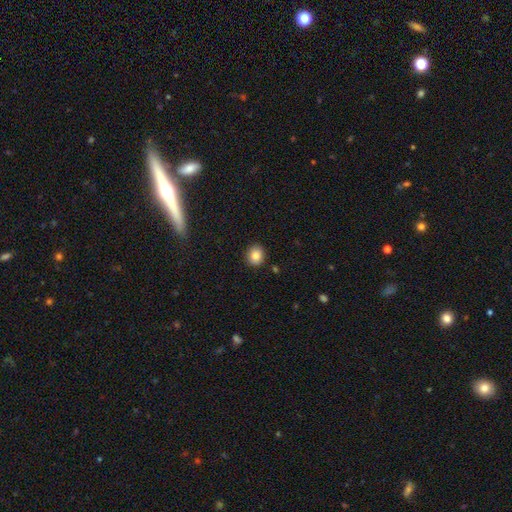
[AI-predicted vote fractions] Q: Smooth or featured?
A: smooth (85%); runner-up: star or artifact (9%)
Q: How rounded?
A: round (75%); runner-up: in between (24%)
Q: Merging?
A: none (90%); runner-up: minor disturbance (7%)